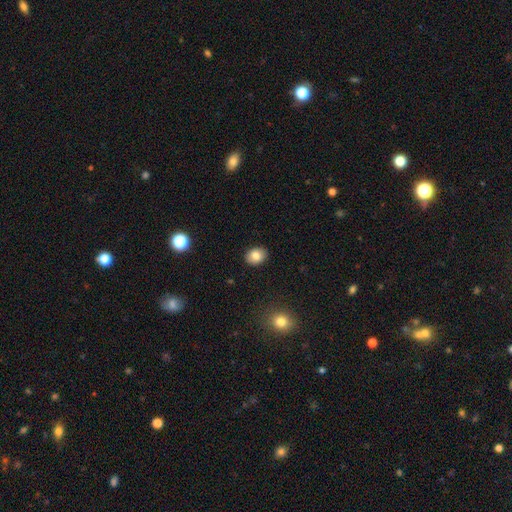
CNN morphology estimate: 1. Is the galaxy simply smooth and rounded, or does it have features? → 82% smooth, 9% star or artifact, 8% featured or disk.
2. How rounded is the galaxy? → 59% in between, 40% round, 1% cigar-shaped.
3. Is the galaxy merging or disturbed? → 90% none, 7% minor disturbance, 2% major disturbance, 1% merger.